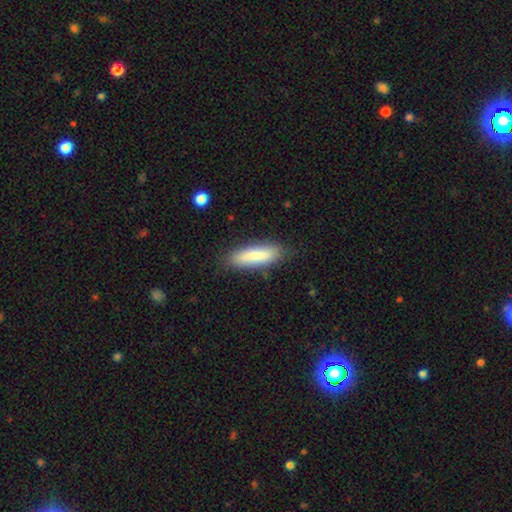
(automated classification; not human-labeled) smooth 79%, featured or disk 14%, star or artifact 6%. Down the decision tree: how rounded — cigar-shaped (57%); merging — none (82%).